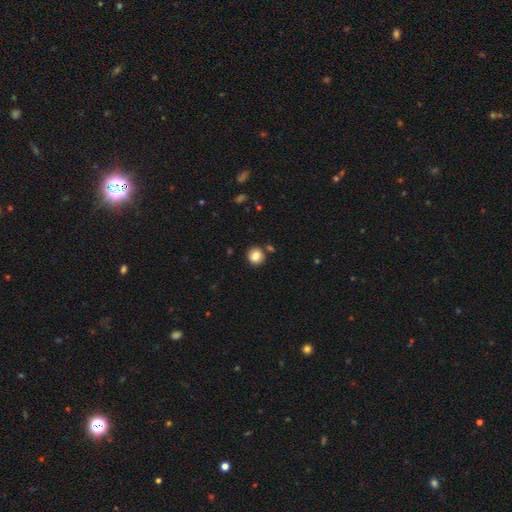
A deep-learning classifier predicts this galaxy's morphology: Q: Smooth or featured?
A: smooth (83%); runner-up: star or artifact (10%)
Q: How rounded?
A: round (81%); runner-up: in between (18%)
Q: Merging?
A: none (82%); runner-up: minor disturbance (10%)